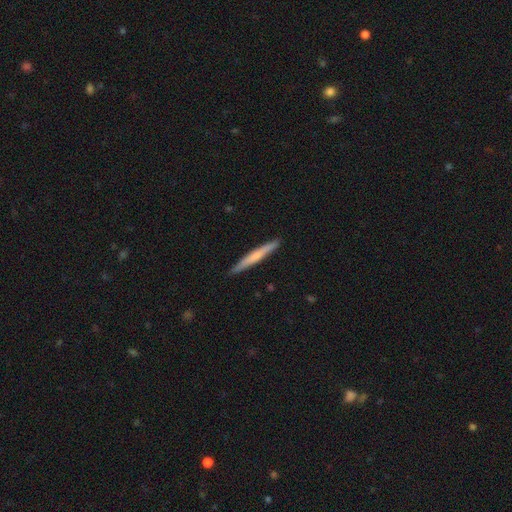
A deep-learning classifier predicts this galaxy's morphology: smooth_or_featured: smooth (p=0.54) [alt: featured or disk p=0.41]
how_rounded: cigar-shaped (p=0.96) [alt: in between p=0.02]
merging: none (p=0.91) [alt: minor disturbance p=0.07]